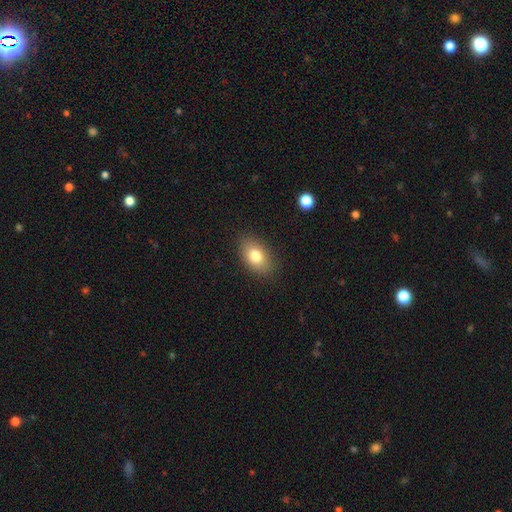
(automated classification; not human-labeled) This appears to be a smooth galaxy with no disk features (79%) that is in between round and cigar-shaped (88%). Merging: none (85%).